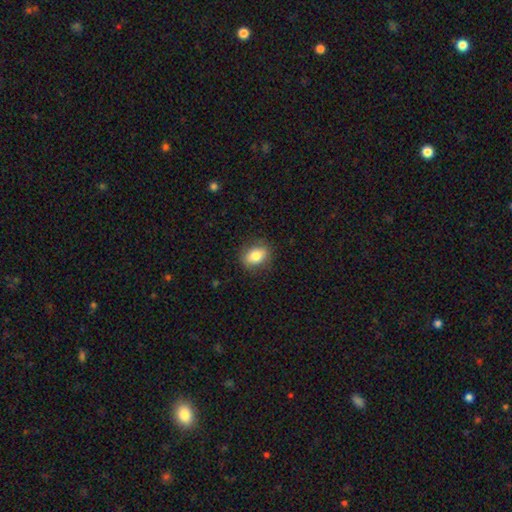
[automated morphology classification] Smooth or featured? Predicted: smooth (p=0.78). How rounded? Predicted: in between (p=0.66). Merging? Predicted: none (p=0.85).